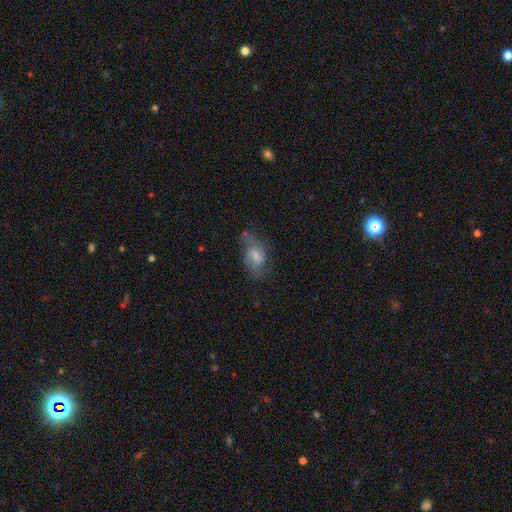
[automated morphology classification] smooth_or_featured: featured or disk (p=0.59) [alt: smooth p=0.31]
disk_edge_on: no (p=0.93) [alt: yes p=0.07]
bar: no (p=0.50) [alt: weak p=0.42]
has_spiral_arms: yes (p=0.82) [alt: no p=0.18]
bulge_size: moderate (p=0.41) [alt: small p=0.39]
merging: none (p=0.53) [alt: minor disturbance p=0.26]